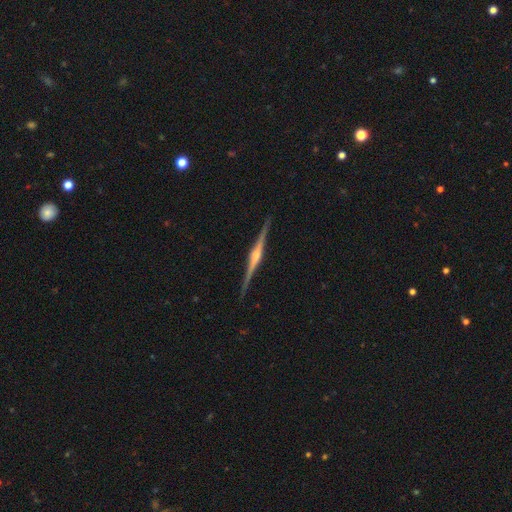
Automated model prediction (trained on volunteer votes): This appears to be a featured or disk galaxy (86%) viewed edge-on (99%) with a rounded central bulge (82%). Merging: none (91%).